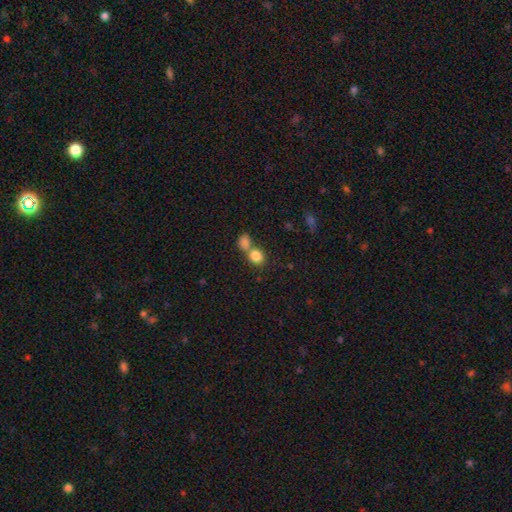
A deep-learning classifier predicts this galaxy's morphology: smooth_or_featured: smooth (p=0.83) [alt: star or artifact p=0.10]
how_rounded: round (p=0.64) [alt: in between p=0.35]
merging: merger (p=0.51) [alt: none p=0.39]